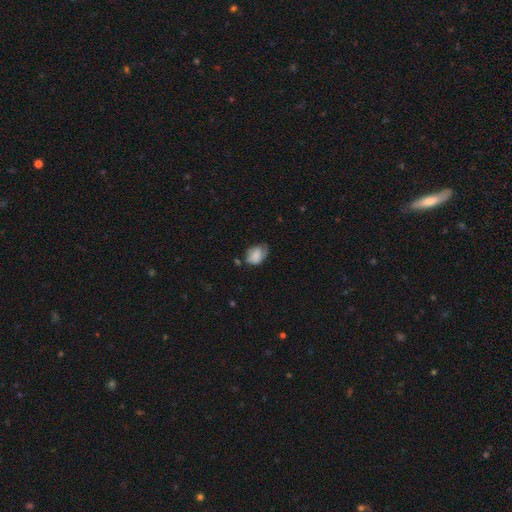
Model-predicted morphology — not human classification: A smooth galaxy with no disk features (73%) that is in between round and cigar-shaped (80%). Merging: none (42%).